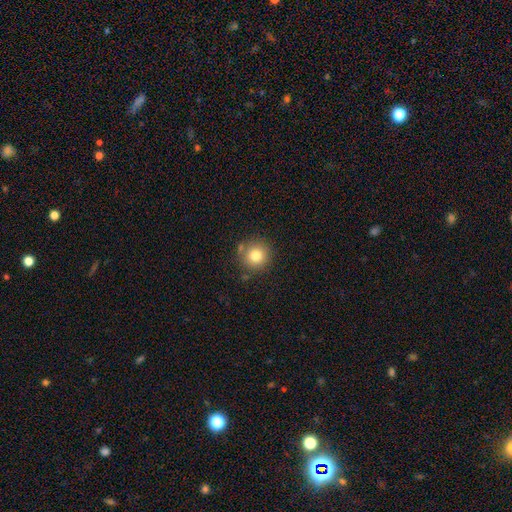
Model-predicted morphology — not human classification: Smooth or featured: smooth — 80% (star or artifact — 11%)
How rounded: round — 92% (in between — 7%)
Merging: none — 78% (minor disturbance — 12%)